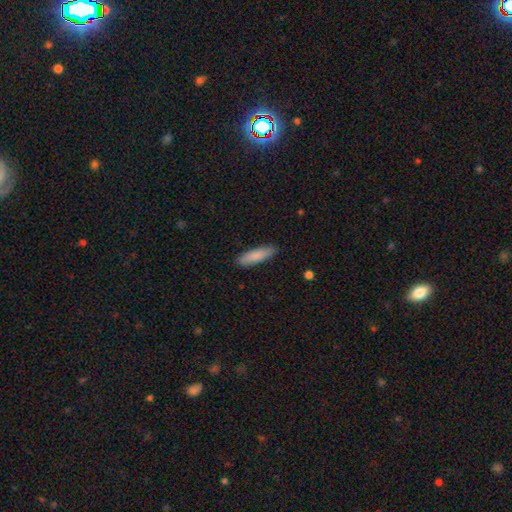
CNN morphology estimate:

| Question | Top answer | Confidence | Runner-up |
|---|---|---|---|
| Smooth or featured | smooth | 86% | featured or disk (8%) |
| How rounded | cigar-shaped | 69% | in between (30%) |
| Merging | none | 88% | minor disturbance (9%) |